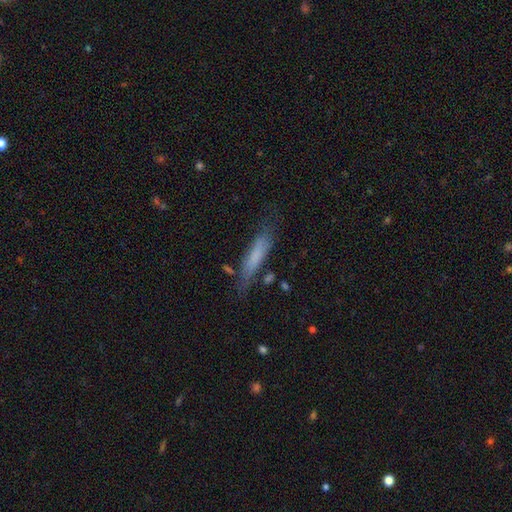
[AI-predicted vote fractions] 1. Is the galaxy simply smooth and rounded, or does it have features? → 65% smooth, 27% featured or disk, 8% star or artifact.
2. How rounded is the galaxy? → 81% cigar-shaped, 17% in between, 2% round.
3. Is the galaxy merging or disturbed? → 66% none, 22% minor disturbance, 8% major disturbance, 4% merger.